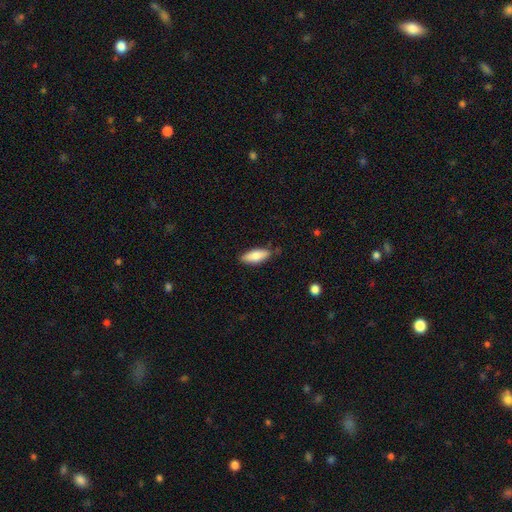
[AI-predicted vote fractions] smooth-or-featured: smooth: 80% | featured or disk: 14% | star or artifact: 6%
  how-rounded: in between: 70% | cigar-shaped: 28% | round: 2%
  merging: none: 80% | minor disturbance: 16% | major disturbance: 3% | merger: 2%